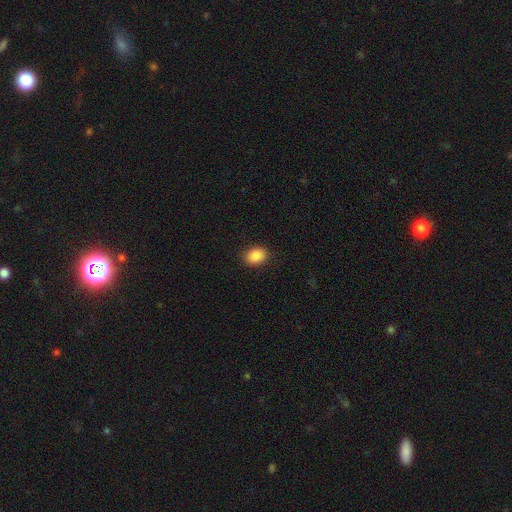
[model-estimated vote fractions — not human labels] This appears to be a smooth galaxy with no disk features (88%) that is in between round and cigar-shaped (65%). Merging: none (88%).